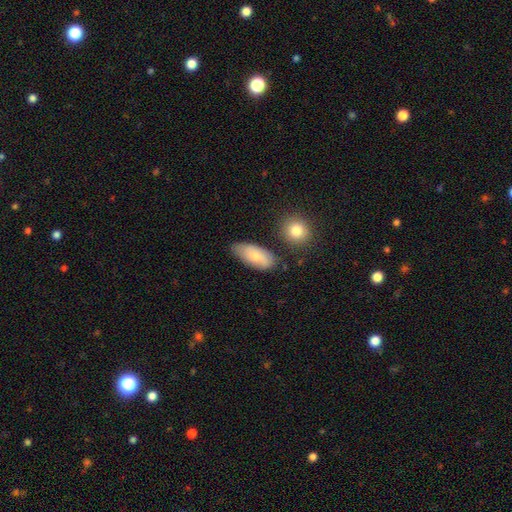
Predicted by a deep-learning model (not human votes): Overall: smooth (73%). How rounded: in between (89%). Merging: none (66%).